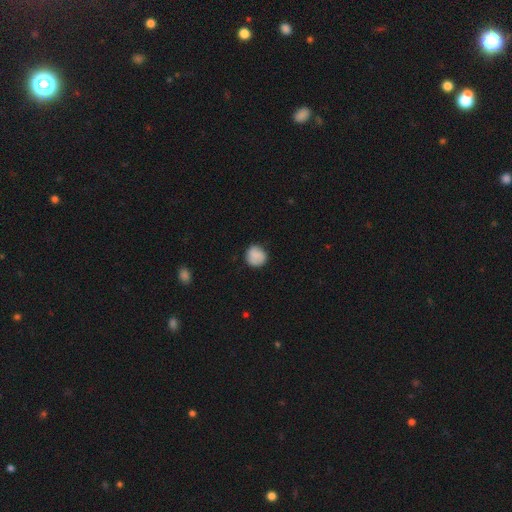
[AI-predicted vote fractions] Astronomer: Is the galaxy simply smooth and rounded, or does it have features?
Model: smooth — 81%.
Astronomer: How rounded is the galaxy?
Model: round — 86%.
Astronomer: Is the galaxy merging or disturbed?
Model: none — 77%.